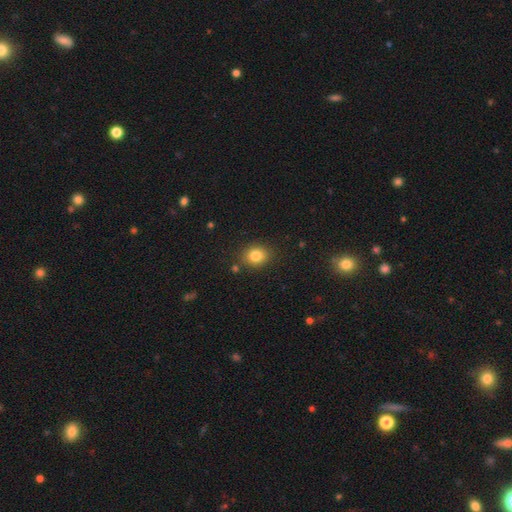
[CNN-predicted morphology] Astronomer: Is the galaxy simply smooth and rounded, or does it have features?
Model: smooth — 82%.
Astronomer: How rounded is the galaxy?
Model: round — 64%.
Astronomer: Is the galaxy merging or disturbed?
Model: none — 83%.